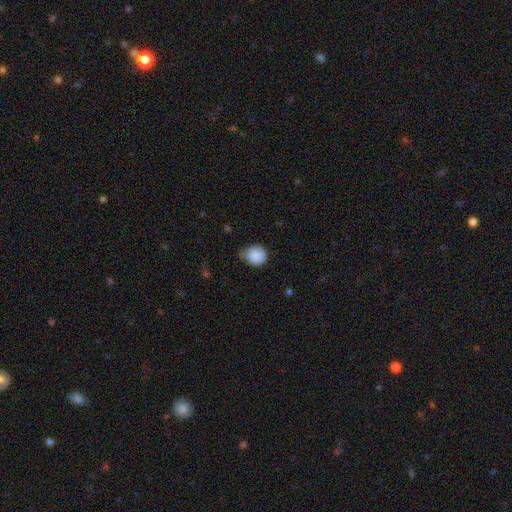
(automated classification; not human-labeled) A smooth galaxy with no disk features (88%) that is round (77%).

Vote fractions:
- Smooth or featured? smooth: 88% / star or artifact: 8% / featured or disk: 4%
- How rounded? round: 77% / in between: 23% / cigar-shaped: 1%
- Merging? none: 55% / minor disturbance: 37% / major disturbance: 6% / merger: 2%